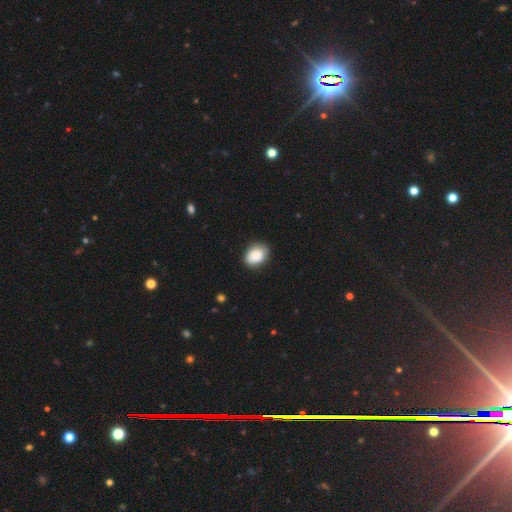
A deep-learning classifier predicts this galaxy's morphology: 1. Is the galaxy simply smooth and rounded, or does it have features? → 87% smooth, 7% star or artifact, 6% featured or disk.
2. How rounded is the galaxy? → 66% in between, 33% round, 1% cigar-shaped.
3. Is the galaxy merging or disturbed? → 79% none, 17% minor disturbance, 3% major disturbance, 1% merger.